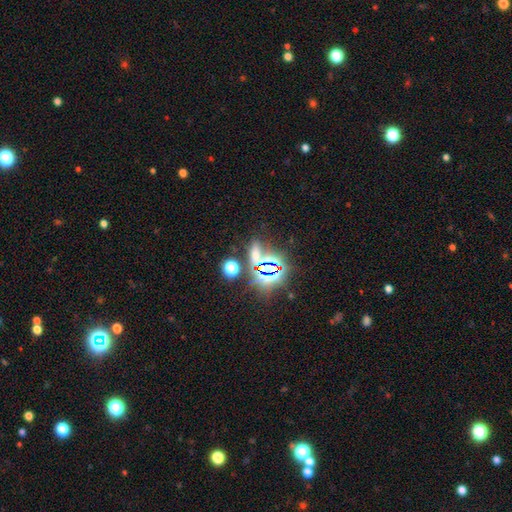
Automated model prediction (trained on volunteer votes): Smooth or featured?
  - star or artifact: 59% *
  - smooth: 30%
  - featured or disk: 10%